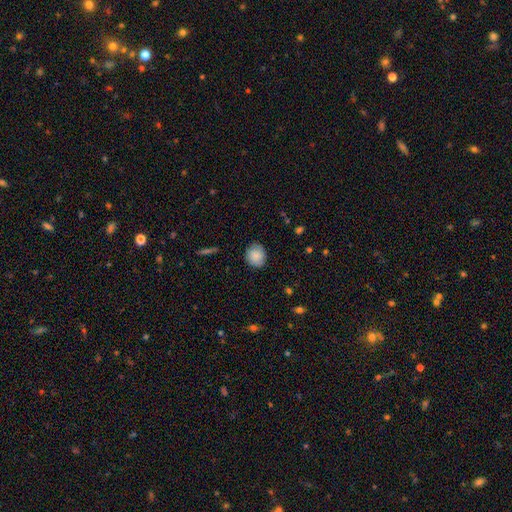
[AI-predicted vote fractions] Overall: smooth (85%). How rounded: round (75%). Merging: none (82%).